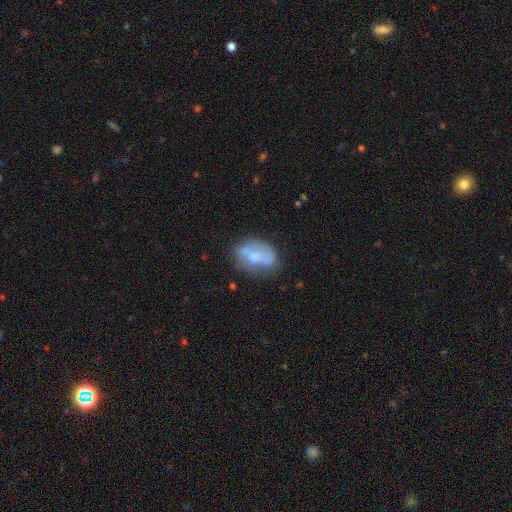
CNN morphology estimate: smooth_or_featured: featured or disk (p=0.50) [alt: smooth p=0.42]
disk_edge_on: no (p=0.93) [alt: yes p=0.07]
merging: none (p=0.60) [alt: minor disturbance p=0.26]